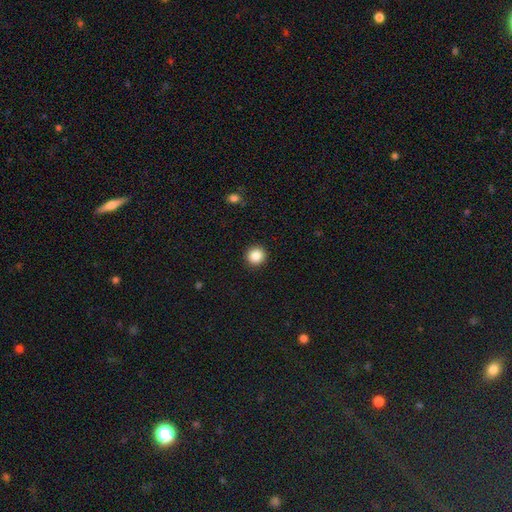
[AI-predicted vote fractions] The model was most divided on "smooth or featured": smooth: 87%, star or artifact: 10%, featured or disk: 3%. More confident: how rounded — round (94%); merging — none (93%).